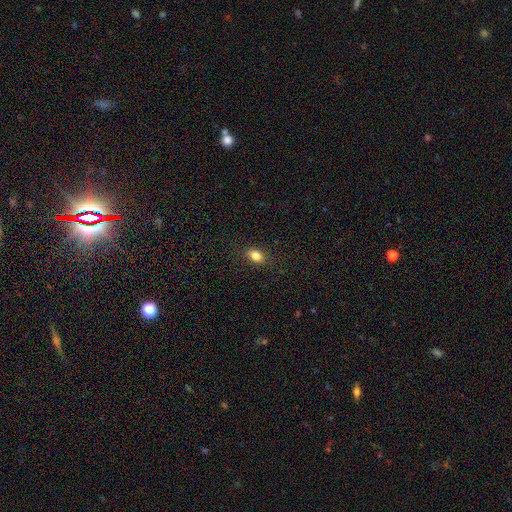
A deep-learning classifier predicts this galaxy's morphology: type=smooth (83%); roundness=in between (77%); merging=none (87%).